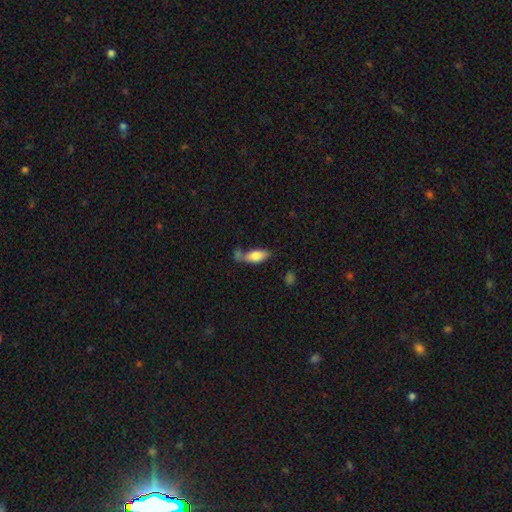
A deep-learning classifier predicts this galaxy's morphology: Smooth or featured? smooth (78%)
How rounded? in between (81%)
Merging? none (45%)